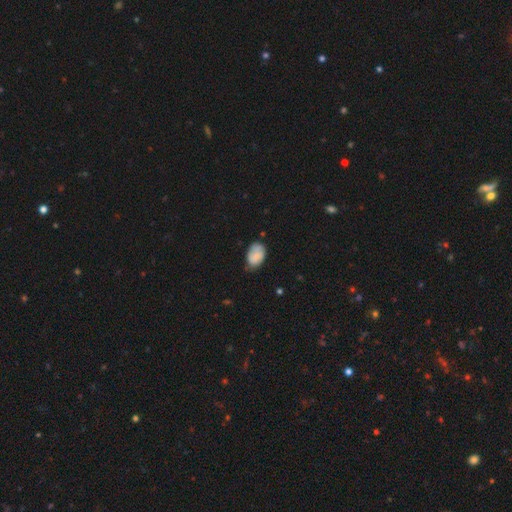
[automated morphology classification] A smooth galaxy with no disk features (76%) that is in between round and cigar-shaped (86%).

Vote fractions:
- Smooth or featured? smooth: 76% / featured or disk: 16% / star or artifact: 8%
- How rounded? in between: 86% / round: 13% / cigar-shaped: 1%
- Merging? none: 52% / minor disturbance: 37% / major disturbance: 8% / merger: 3%